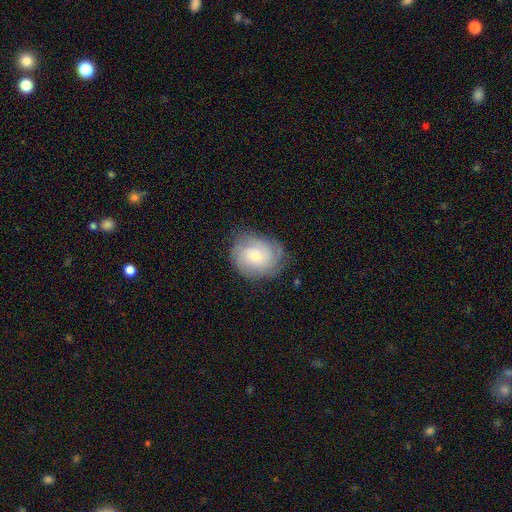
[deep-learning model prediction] Overall: featured or disk (59%; smooth 33%). Edge-on disk: no (97%). Bar: no (77%). Spiral arms: yes (90%). Spiral arm count: can't tell (43%; 3 19%). Spiral winding: tight (64%; medium 28%). Bulge size: small (65%; moderate 29%). Merging: none (73%).